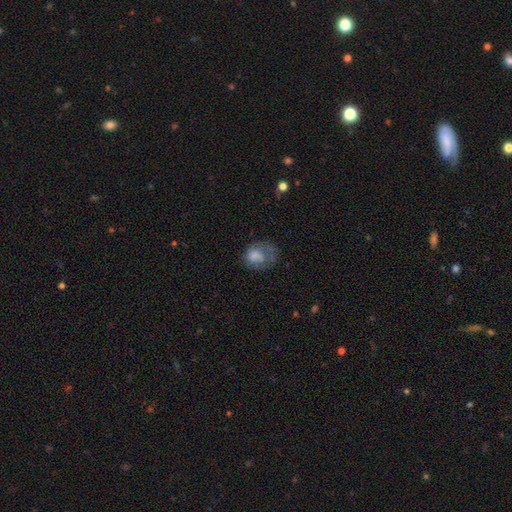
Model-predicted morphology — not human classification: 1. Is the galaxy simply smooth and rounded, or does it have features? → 63% smooth, 27% featured or disk, 9% star or artifact.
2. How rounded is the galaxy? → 53% round, 46% in between, 1% cigar-shaped.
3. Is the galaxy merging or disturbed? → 36% none, 35% major disturbance, 27% minor disturbance, 3% merger.